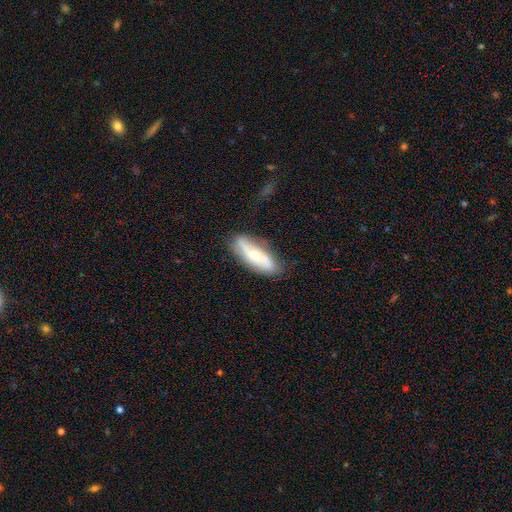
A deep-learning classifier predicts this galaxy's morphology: Overall: featured or disk (60%; smooth 34%). Edge-on disk: no (78%). Merging: none (76%).